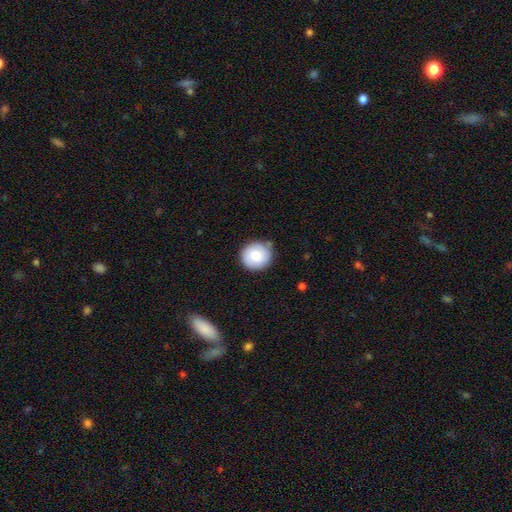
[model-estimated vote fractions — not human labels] Smooth or featured?
  - smooth: 80% *
  - featured or disk: 13%
  - star or artifact: 7%
How rounded?
  - round: 91% *
  - in between: 8%
  - cigar-shaped: 1%
Merging?
  - none: 83% *
  - minor disturbance: 12%
  - major disturbance: 3%
  - merger: 2%